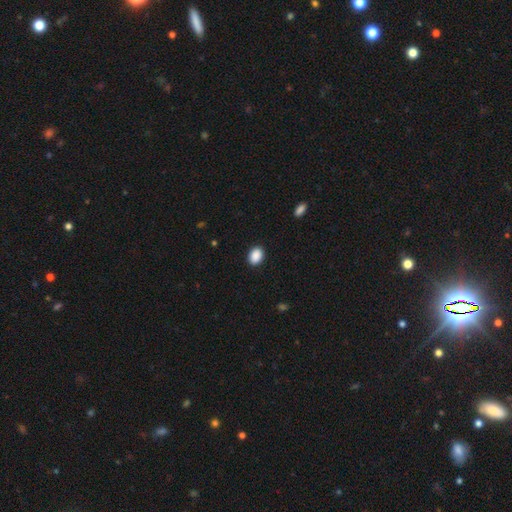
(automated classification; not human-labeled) Smooth or featured: smooth — 90% (star or artifact — 8%)
How rounded: in between — 73% (round — 26%)
Merging: none — 90% (minor disturbance — 7%)